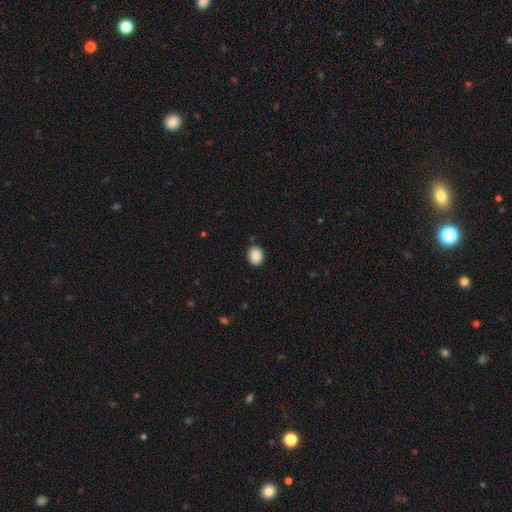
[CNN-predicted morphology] smooth-or-featured: smooth: 89% | star or artifact: 8% | featured or disk: 3%
  how-rounded: round: 52% | in between: 47% | cigar-shaped: 1%
  merging: none: 88% | minor disturbance: 9% | major disturbance: 2% | merger: 1%